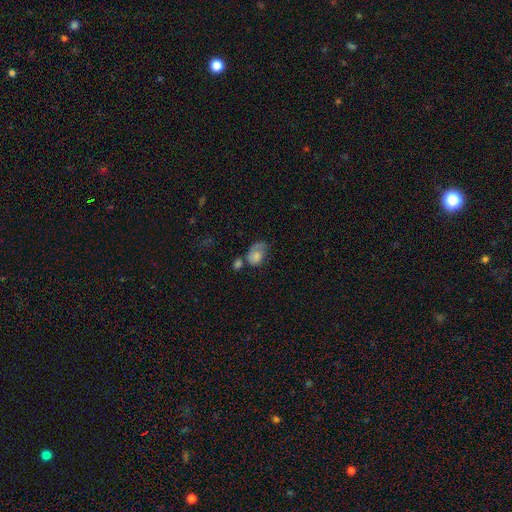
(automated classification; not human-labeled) Smooth or featured?
  - smooth: 65% *
  - featured or disk: 26%
  - star or artifact: 9%
How rounded?
  - in between: 74% *
  - round: 24%
  - cigar-shaped: 1%
Merging?
  - none: 29% *
  - major disturbance: 25%
  - minor disturbance: 24%
  - merger: 22%